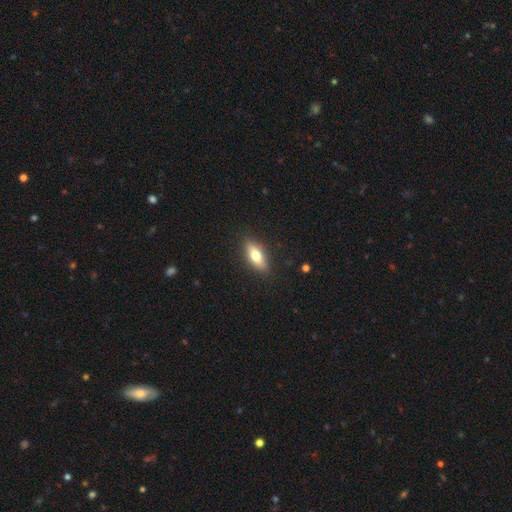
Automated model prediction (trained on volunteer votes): Overall: smooth (69%). How rounded: in between (73%). Merging: none (87%).